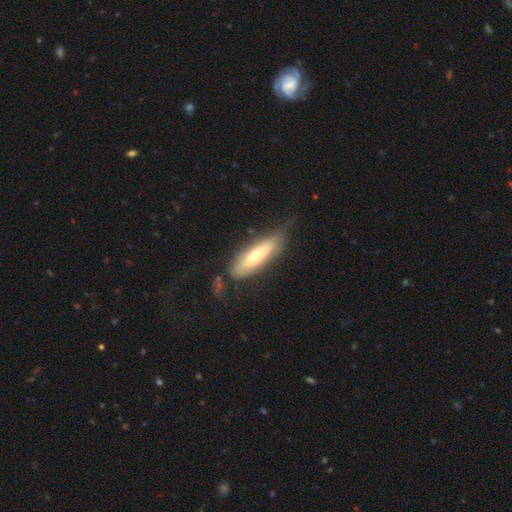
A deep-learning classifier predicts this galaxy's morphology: This appears to be a smooth galaxy with no disk features (56%) that is cigar-shaped (59%). Merging: none (58%).